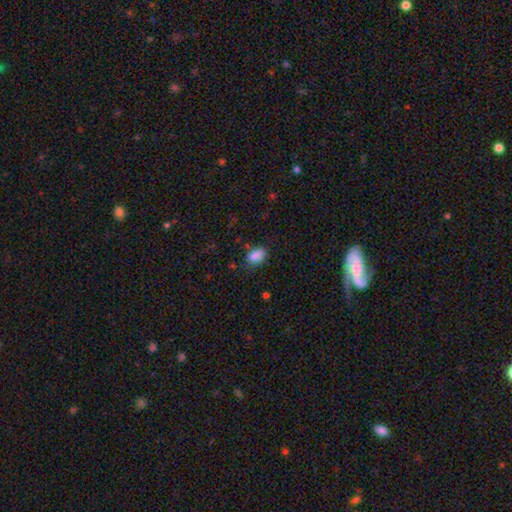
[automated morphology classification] Smooth or featured? smooth (86%)
How rounded? in between (85%)
Merging? none (68%)